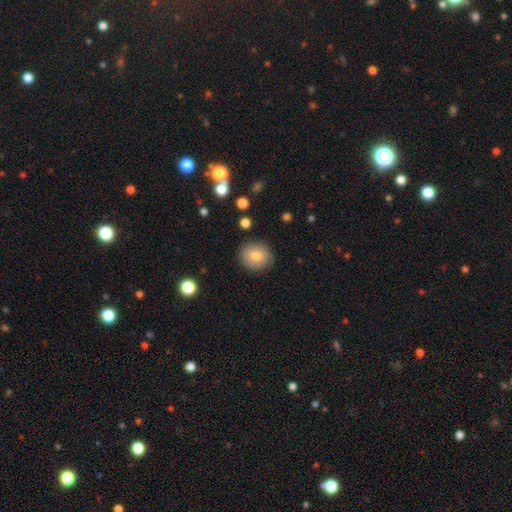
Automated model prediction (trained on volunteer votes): smooth_or_featured: smooth (p=0.78) [alt: featured or disk p=0.13]
how_rounded: round (p=0.83) [alt: in between p=0.16]
merging: none (p=0.87) [alt: minor disturbance p=0.09]